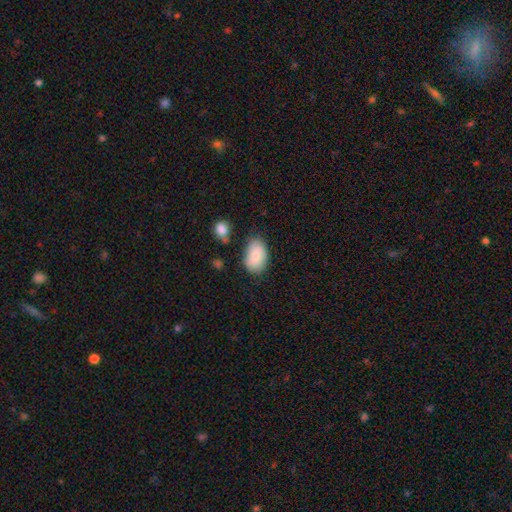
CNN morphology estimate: A smooth galaxy with no disk features (83%) that is in between round and cigar-shaped (90%). Merging: none (68%).